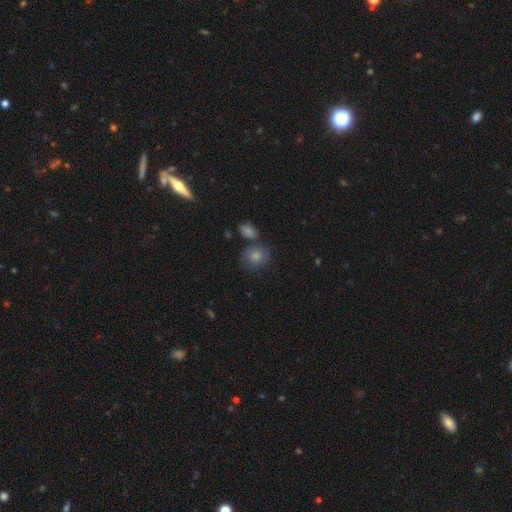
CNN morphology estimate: This is possibly a smooth galaxy (58%). How rounded: likely round (77%). Merging: likely none (71%).